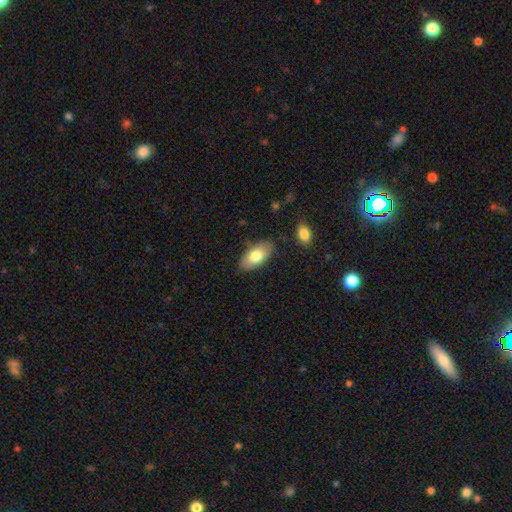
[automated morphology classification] Smooth or featured?
  - smooth: 74% *
  - featured or disk: 21%
  - star or artifact: 6%
How rounded?
  - in between: 92% *
  - cigar-shaped: 5%
  - round: 3%
Merging?
  - none: 82% *
  - minor disturbance: 13%
  - major disturbance: 3%
  - merger: 2%